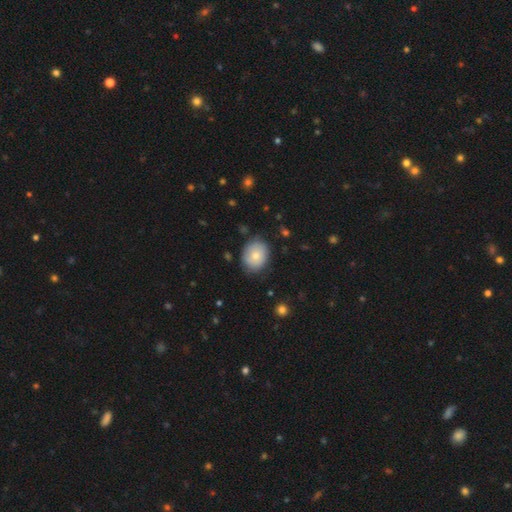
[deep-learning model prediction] Smooth or featured? smooth (72%)
How rounded? round (51%)
Merging? none (78%)